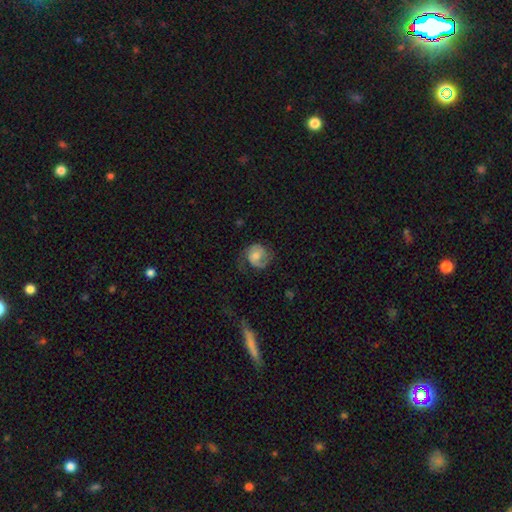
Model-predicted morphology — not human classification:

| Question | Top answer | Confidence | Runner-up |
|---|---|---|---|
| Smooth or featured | featured or disk | 57% | smooth (35%) |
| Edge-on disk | no | 98% | yes (2%) |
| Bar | no | 59% | weak (34%) |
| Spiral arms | yes | 89% | no (11%) |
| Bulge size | moderate | 44% | small (33%) |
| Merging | none | 57% | minor disturbance (23%) |